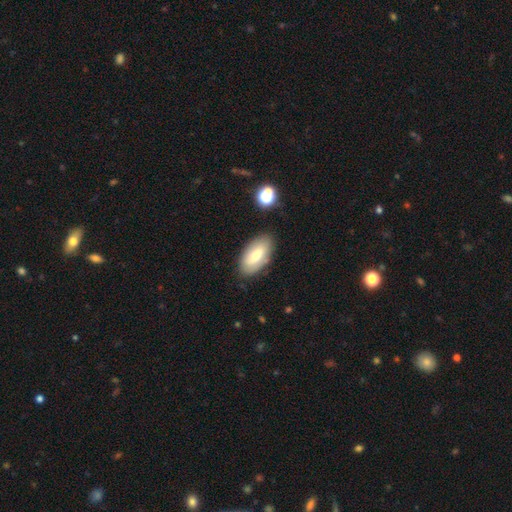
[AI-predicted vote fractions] Q: Smooth or featured?
A: smooth (71%); runner-up: featured or disk (22%)
Q: How rounded?
A: in between (92%); runner-up: cigar-shaped (5%)
Q: Merging?
A: none (83%); runner-up: minor disturbance (12%)